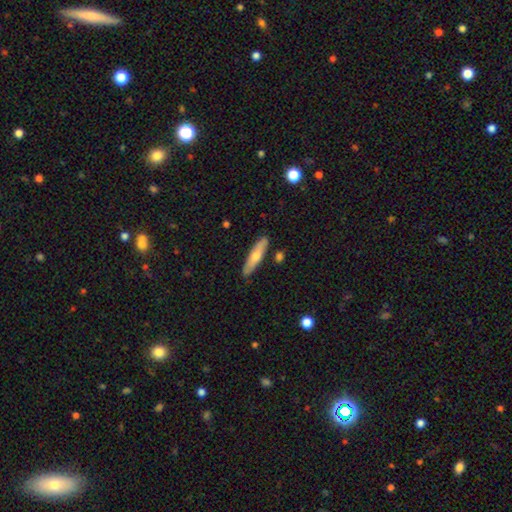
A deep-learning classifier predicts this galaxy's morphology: Overall: smooth (57%; featured or disk 37%). How rounded: cigar-shaped (79%). Merging: none (87%).